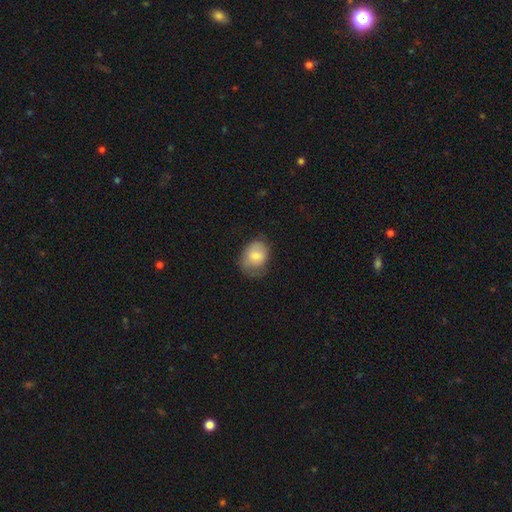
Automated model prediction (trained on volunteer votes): Morphology: type=smooth (75%); roundness=in between (59%); merging=none (52%).